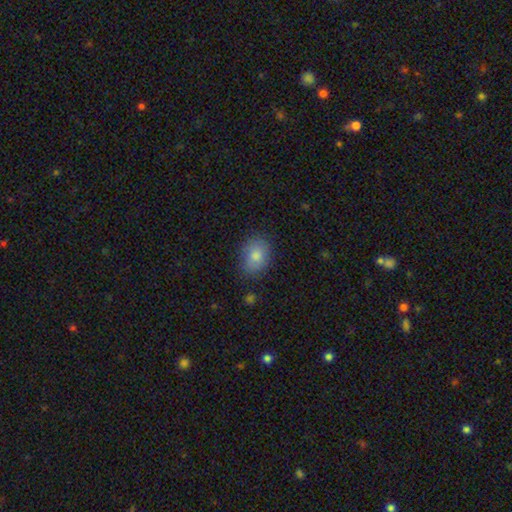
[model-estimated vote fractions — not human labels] Smooth or featured? smooth (83%)
How rounded? in between (72%)
Merging? none (82%)